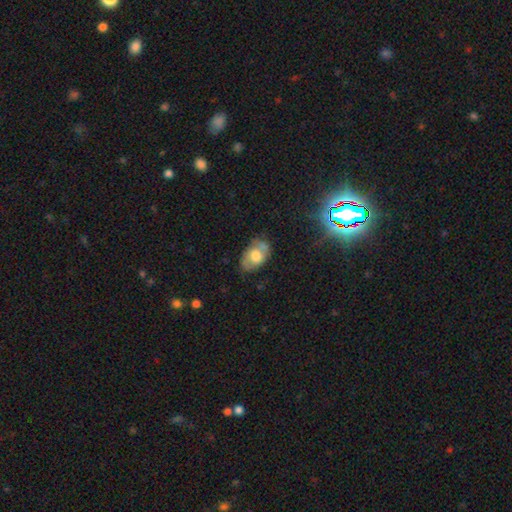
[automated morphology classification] This appears to be a smooth galaxy with no disk features (56%) that is in between round and cigar-shaped (89%). Merging: none (60%).